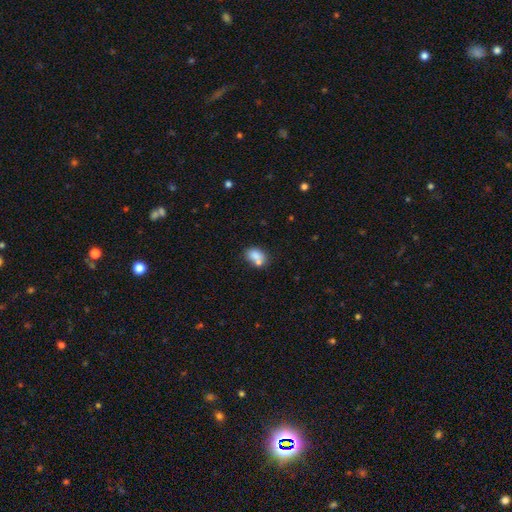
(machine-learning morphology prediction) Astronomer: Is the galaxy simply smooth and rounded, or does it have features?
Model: smooth — 79%.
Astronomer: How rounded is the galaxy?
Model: in between — 76%.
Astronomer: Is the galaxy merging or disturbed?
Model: none — 44% (runner-up: merger, 36%).